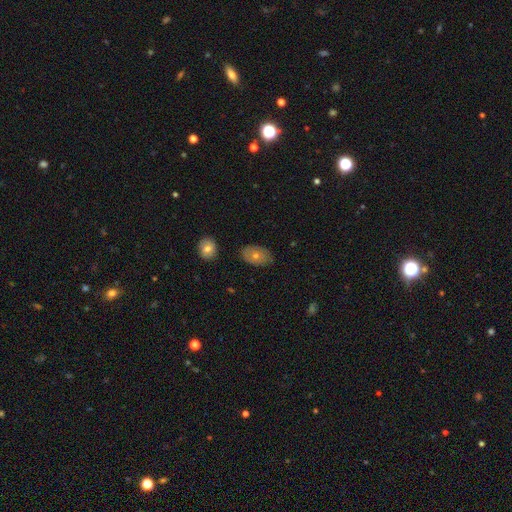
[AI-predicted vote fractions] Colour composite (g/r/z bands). It shows a smooth galaxy with no disk features (54%) that is in between round and cigar-shaped (84%). Merging: none (81%).